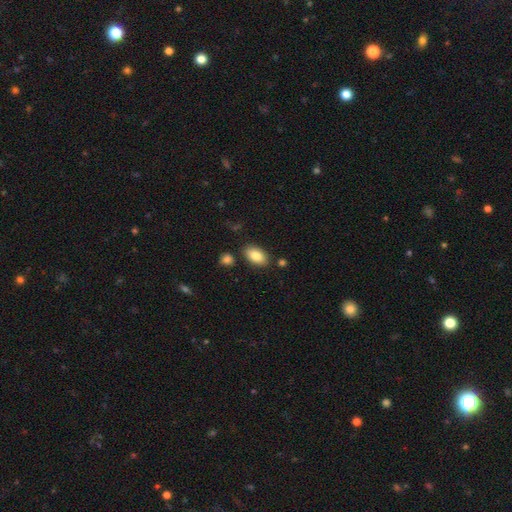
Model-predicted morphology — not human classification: Q: Smooth or featured?
A: smooth (85%); runner-up: featured or disk (8%)
Q: How rounded?
A: in between (93%); runner-up: round (5%)
Q: Merging?
A: none (84%); runner-up: minor disturbance (10%)